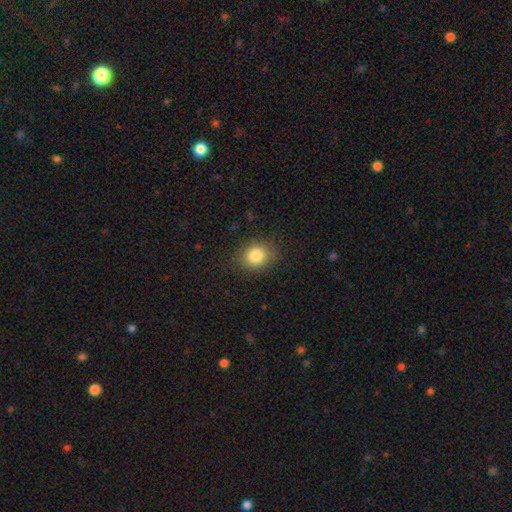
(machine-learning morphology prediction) Smooth or featured? smooth (83%)
How rounded? round (60%)
Merging? none (85%)